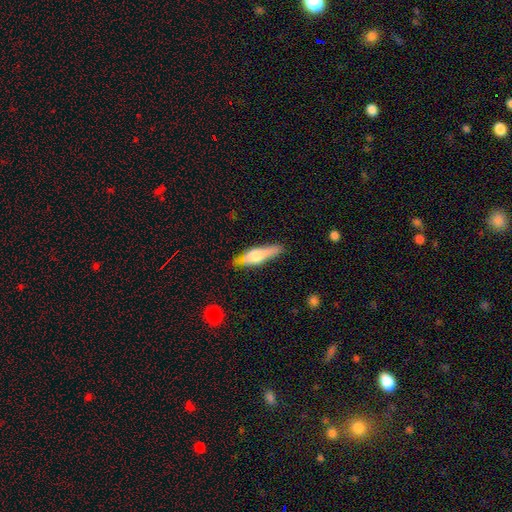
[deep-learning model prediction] This is possibly a smooth galaxy (55%). How rounded: likely cigar-shaped (68%). Merging: likely none (77%).